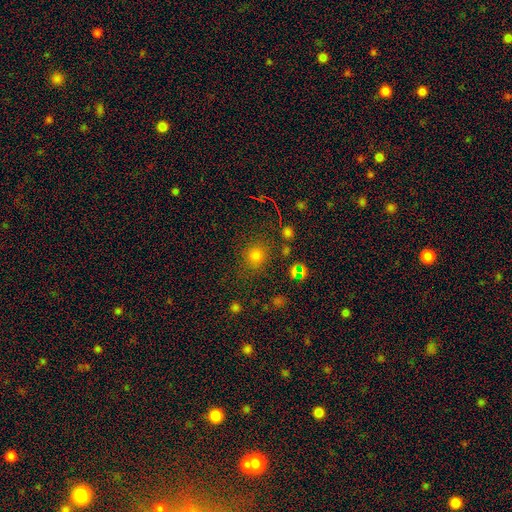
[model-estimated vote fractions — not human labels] Smooth or featured? smooth (69%)
How rounded? round (82%)
Merging? none (80%)